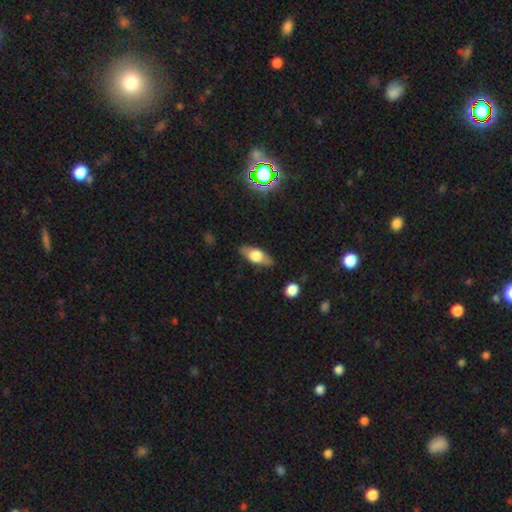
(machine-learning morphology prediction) type=smooth (59%); roundness=in between (77%); merging=none (83%).